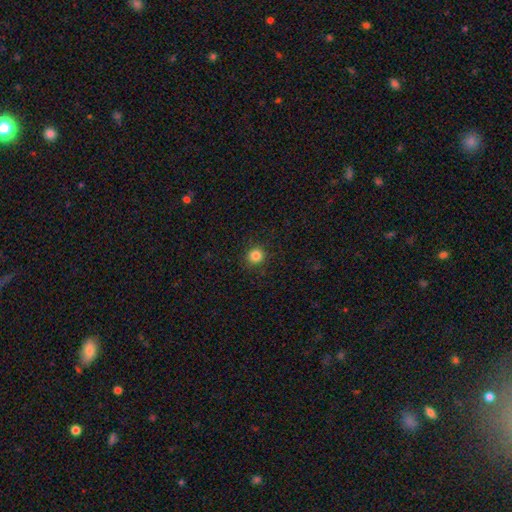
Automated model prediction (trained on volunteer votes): Morphology: type=smooth (84%); roundness=round (94%); merging=none (91%).